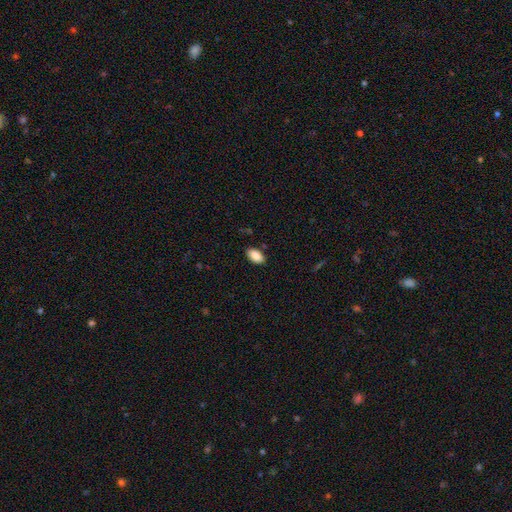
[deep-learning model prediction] smooth_or_featured: smooth (p=0.89) [alt: star or artifact p=0.07]
how_rounded: in between (p=0.94) [alt: round p=0.03]
merging: none (p=0.86) [alt: minor disturbance p=0.10]